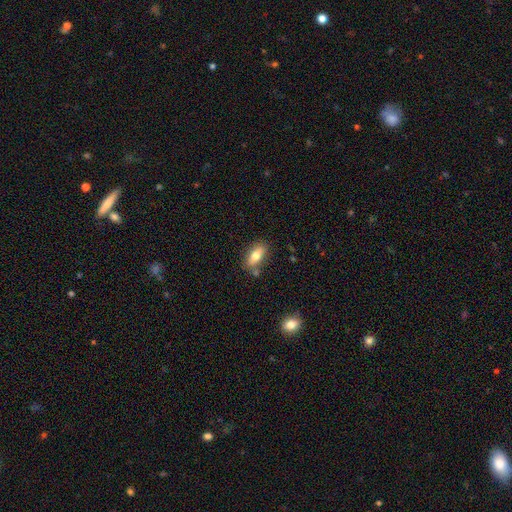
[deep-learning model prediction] smooth-or-featured: smooth: 73% | featured or disk: 20% | star or artifact: 7%
  how-rounded: in between: 81% | cigar-shaped: 15% | round: 4%
  merging: none: 78% | minor disturbance: 13% | merger: 7% | major disturbance: 3%